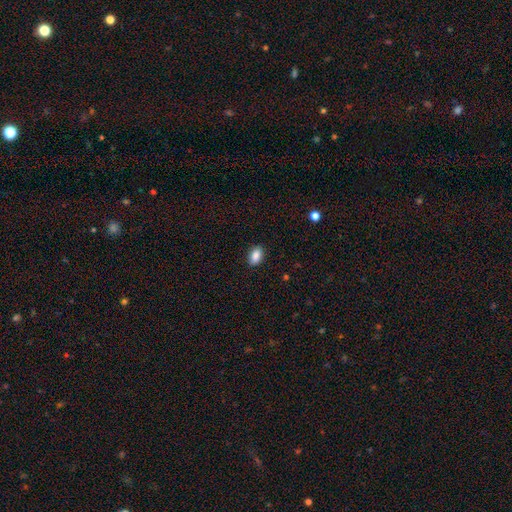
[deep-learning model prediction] Smooth or featured? Predicted: smooth (p=0.87). How rounded? Predicted: in between (p=0.90). Merging? Predicted: none (p=0.89).